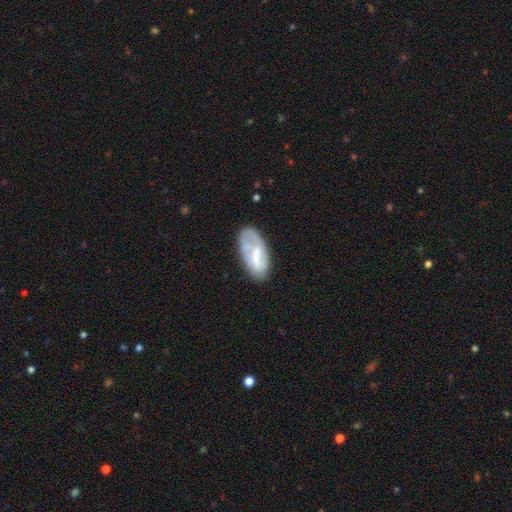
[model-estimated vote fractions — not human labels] Overall: smooth (48%; featured or disk 46%). Merging: none (58%; minor disturbance 26%).